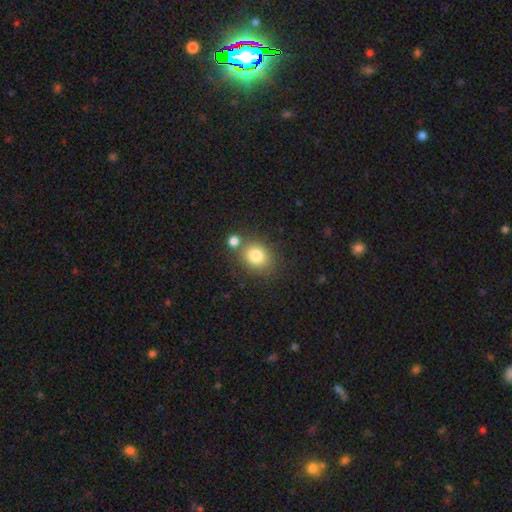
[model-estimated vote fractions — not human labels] The model was most divided on "how rounded": round: 63%, in between: 36%, cigar-shaped: 1%. More confident: smooth or featured — smooth (80%); merging — none (67%).